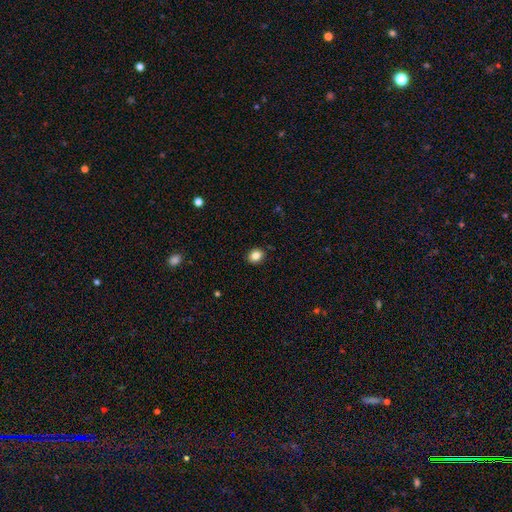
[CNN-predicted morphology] The model was most divided on "how rounded": round: 64%, in between: 36%, cigar-shaped: 1%. More confident: merging — none (90%); smooth or featured — smooth (85%).